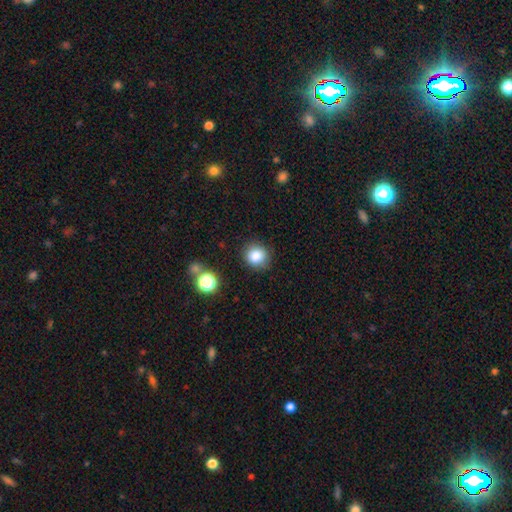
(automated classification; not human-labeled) Q: Smooth or featured?
A: smooth (83%); runner-up: star or artifact (11%)
Q: How rounded?
A: round (85%); runner-up: in between (14%)
Q: Merging?
A: none (85%); runner-up: minor disturbance (10%)